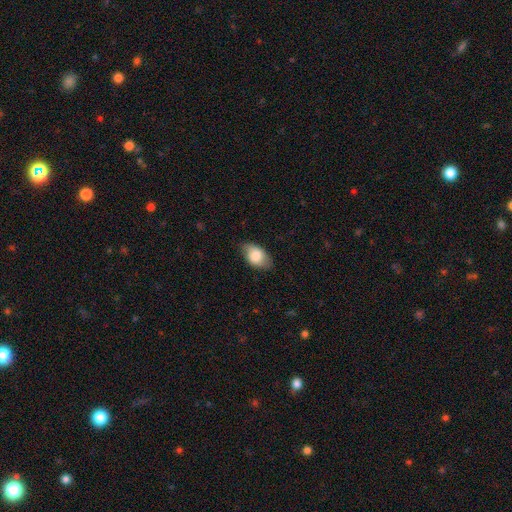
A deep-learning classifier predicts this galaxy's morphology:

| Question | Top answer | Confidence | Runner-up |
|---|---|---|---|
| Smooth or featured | smooth | 81% | featured or disk (12%) |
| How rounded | in between | 92% | round (7%) |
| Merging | none | 76% | minor disturbance (19%) |